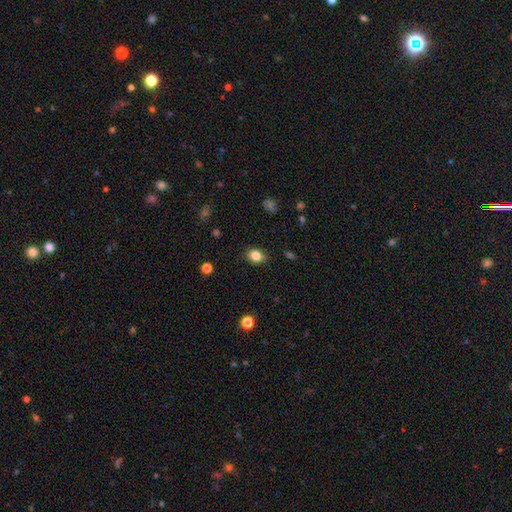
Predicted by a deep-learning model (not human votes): A smooth galaxy with no disk features (83%) that is in between round and cigar-shaped (51%).

Vote fractions:
- Smooth or featured? smooth: 83% / star or artifact: 11% / featured or disk: 6%
- How rounded? in between: 51% / round: 48% / cigar-shaped: 1%
- Merging? none: 85% / minor disturbance: 11% / major disturbance: 3% / merger: 1%